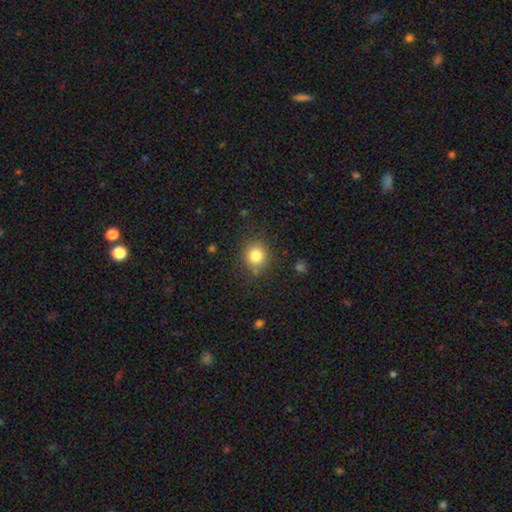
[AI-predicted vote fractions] Smooth or featured? Predicted: smooth (p=0.81). How rounded? Predicted: round (p=0.82). Merging? Predicted: none (p=0.84).